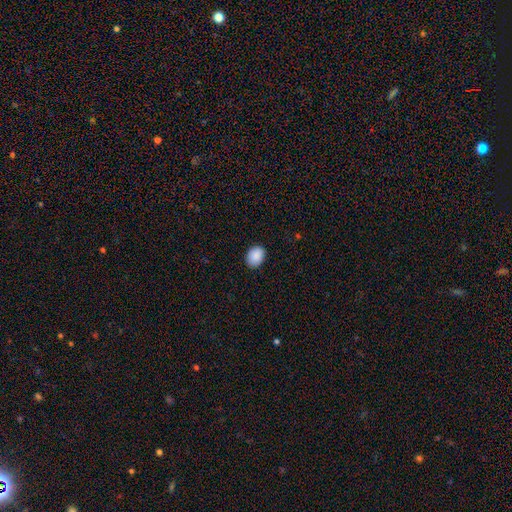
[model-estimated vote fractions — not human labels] Smooth or featured? smooth (90%)
How rounded? in between (64%)
Merging? none (87%)